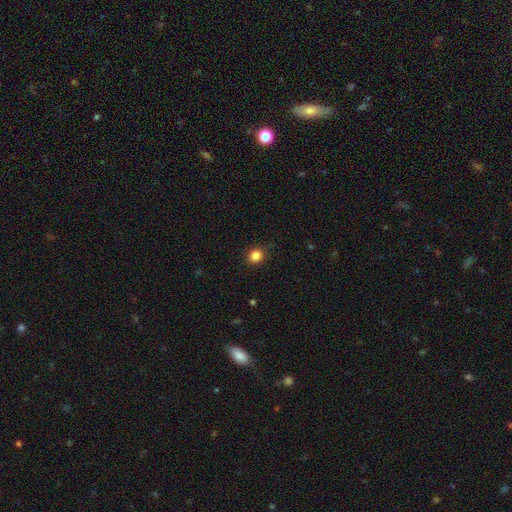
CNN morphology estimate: smooth_or_featured: smooth (p=0.85) [alt: star or artifact p=0.11]
how_rounded: round (p=0.81) [alt: in between p=0.18]
merging: none (p=0.86) [alt: minor disturbance p=0.10]